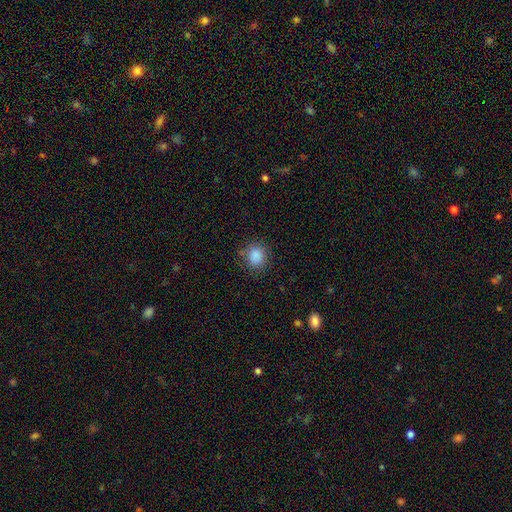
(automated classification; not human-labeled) Smooth or featured: smooth — 87% (star or artifact — 10%)
How rounded: round — 80% (in between — 19%)
Merging: none — 82% (minor disturbance — 13%)